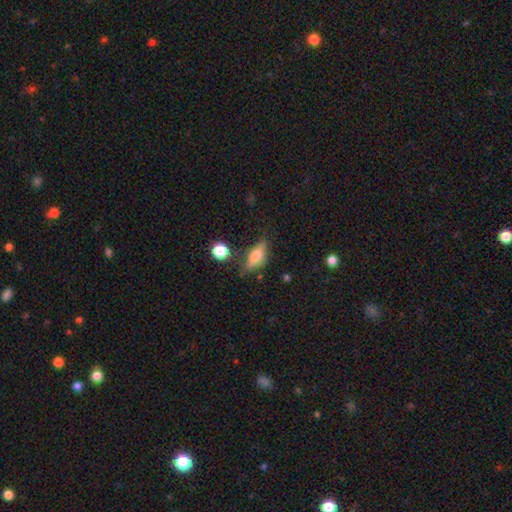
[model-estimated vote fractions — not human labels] A smooth galaxy with no disk features (62%) that is in between round and cigar-shaped (72%). Merging: none (57%).